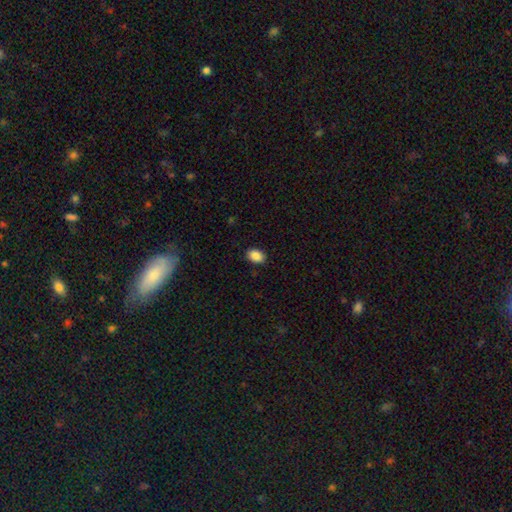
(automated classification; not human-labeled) Q: Smooth or featured?
A: smooth (89%); runner-up: star or artifact (8%)
Q: How rounded?
A: in between (79%); runner-up: round (20%)
Q: Merging?
A: none (89%); runner-up: minor disturbance (8%)